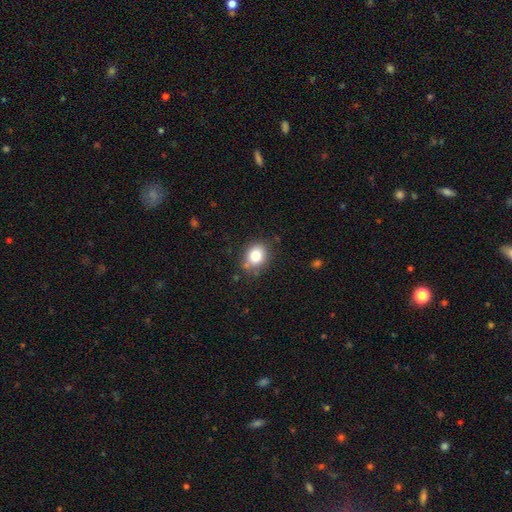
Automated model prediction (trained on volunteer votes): smooth-or-featured: smooth: 81% | star or artifact: 11% | featured or disk: 9%
  how-rounded: round: 55% | in between: 44% | cigar-shaped: 1%
  merging: none: 78% | minor disturbance: 15% | major disturbance: 4% | merger: 3%